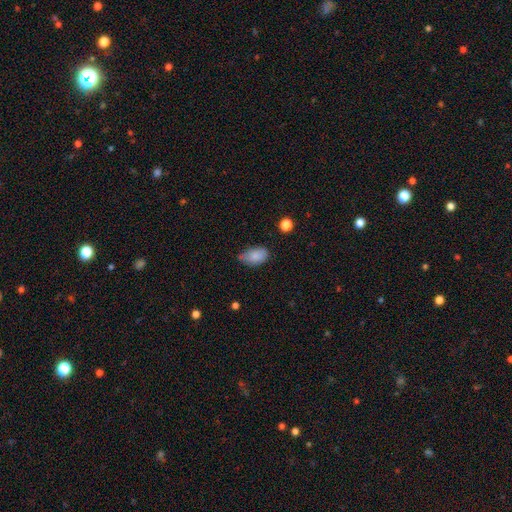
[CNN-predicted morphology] smooth_or_featured: smooth (p=0.83) [alt: featured or disk p=0.09]
how_rounded: in between (p=0.92) [alt: round p=0.07]
merging: none (p=0.49) [alt: minor disturbance p=0.41]